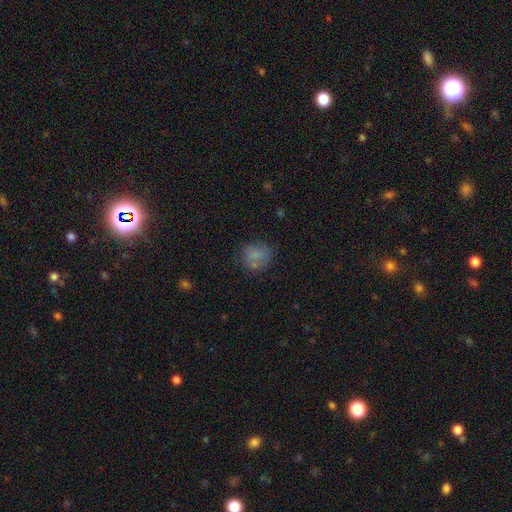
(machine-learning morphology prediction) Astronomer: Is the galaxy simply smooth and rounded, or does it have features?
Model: smooth — 72%.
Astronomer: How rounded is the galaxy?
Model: round — 75%.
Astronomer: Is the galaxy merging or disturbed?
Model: none — 63%.